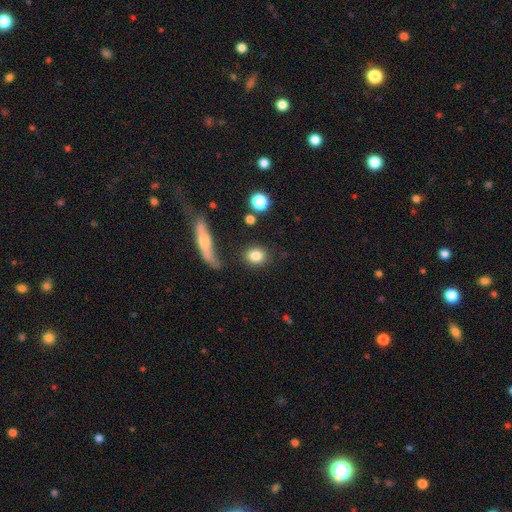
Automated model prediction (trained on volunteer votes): A smooth galaxy with no disk features (83%) that is round (63%). Merging: none (82%).